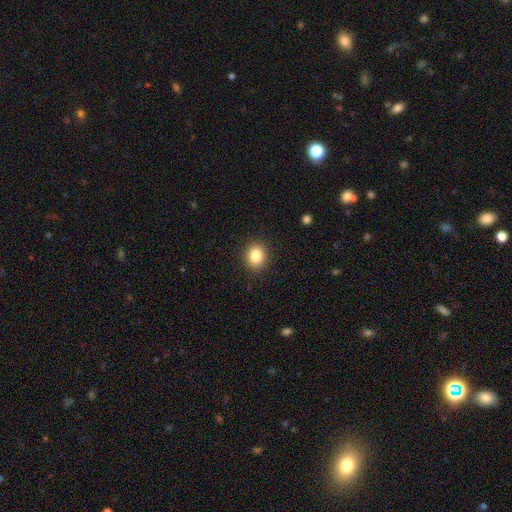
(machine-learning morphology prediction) smooth 85%, star or artifact 10%, featured or disk 6%. Down the decision tree: how rounded — round (67%); merging — none (89%).